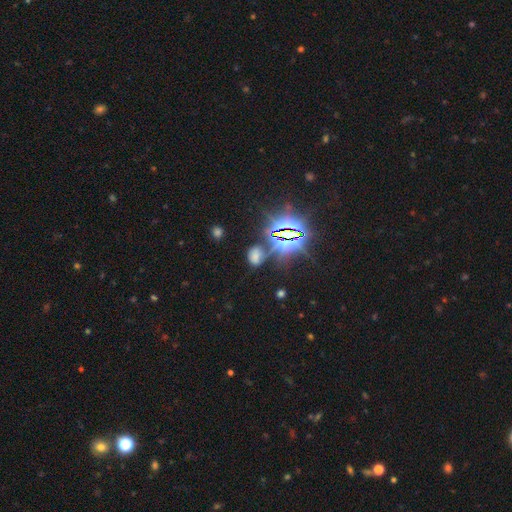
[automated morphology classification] Q: Smooth or featured?
A: star or artifact (46%); runner-up: smooth (43%)